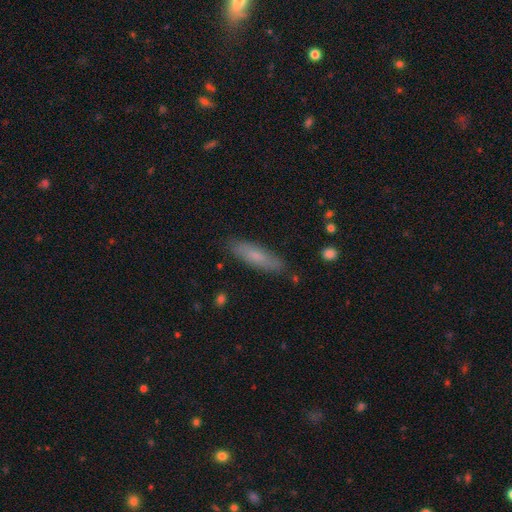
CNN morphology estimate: smooth_or_featured: smooth (p=0.69) [alt: featured or disk p=0.24]
how_rounded: cigar-shaped (p=0.66) [alt: in between p=0.32]
merging: none (p=0.84) [alt: minor disturbance p=0.12]